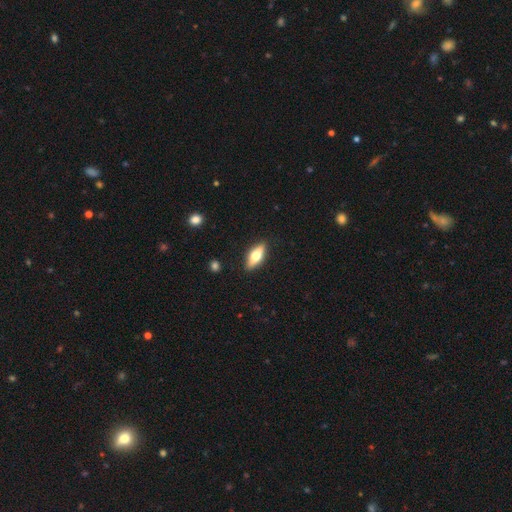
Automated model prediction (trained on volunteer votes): Smooth or featured? smooth (59%)
How rounded? in between (69%)
Merging? none (88%)